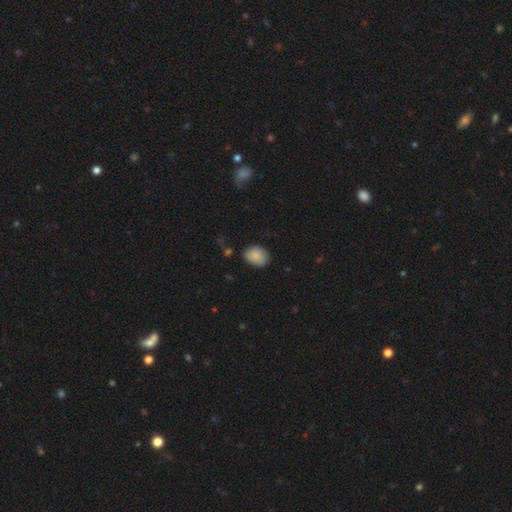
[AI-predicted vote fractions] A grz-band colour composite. It shows a smooth galaxy with no disk features (88%) that is in between round and cigar-shaped (63%). Merging: none (80%).